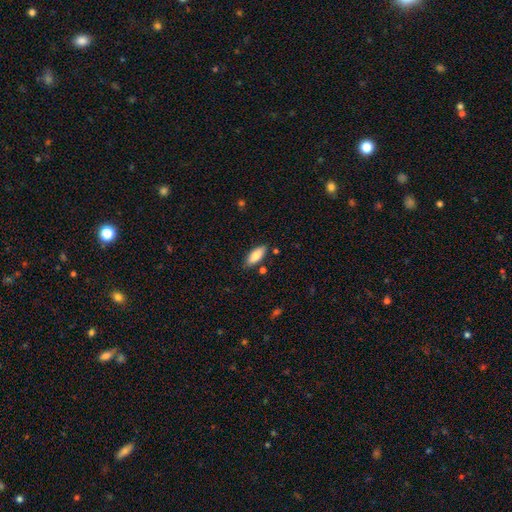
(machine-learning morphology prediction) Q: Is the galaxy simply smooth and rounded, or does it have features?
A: smooth — 81%.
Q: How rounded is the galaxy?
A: in between — 78%.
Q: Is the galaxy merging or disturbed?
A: none — 83%.